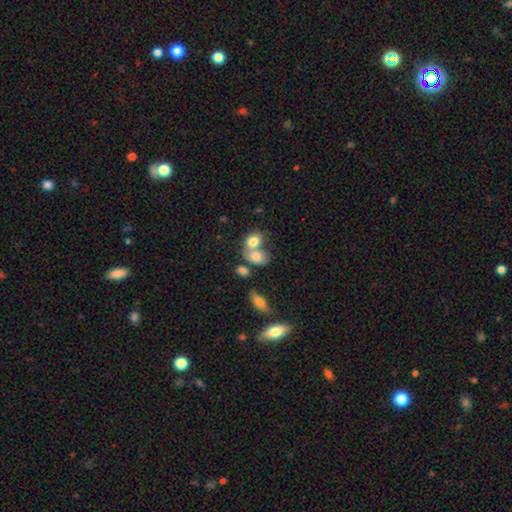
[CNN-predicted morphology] smooth_or_featured: smooth (p=0.76) [alt: featured or disk p=0.14]
how_rounded: in between (p=0.63) [alt: round p=0.35]
merging: merger (p=0.54) [alt: none p=0.31]